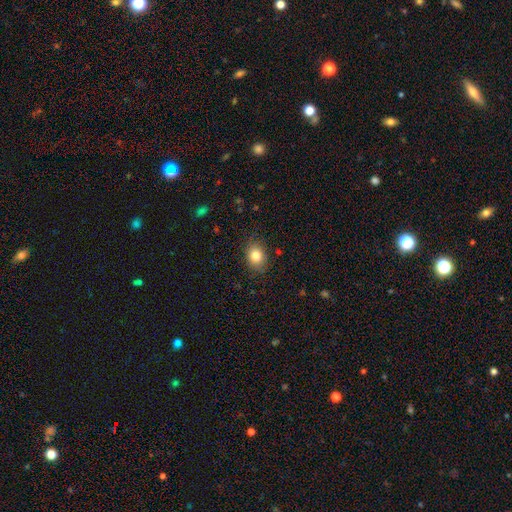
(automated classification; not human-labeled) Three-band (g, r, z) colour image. It shows a smooth galaxy with no disk features (83%) that is in between round and cigar-shaped (60%). Merging: none (83%).